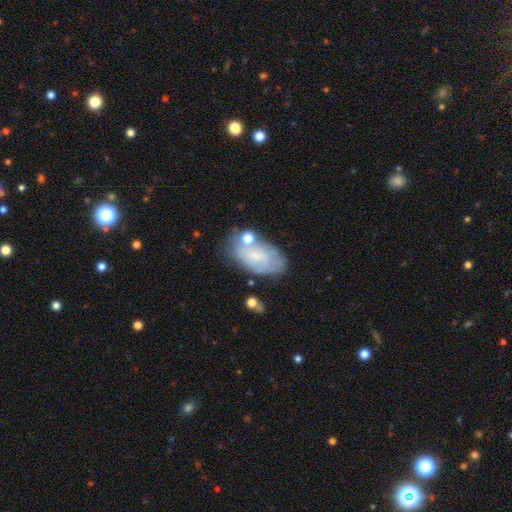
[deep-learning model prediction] This is possibly a smooth galaxy (48%). Merging: possibly none (54%).